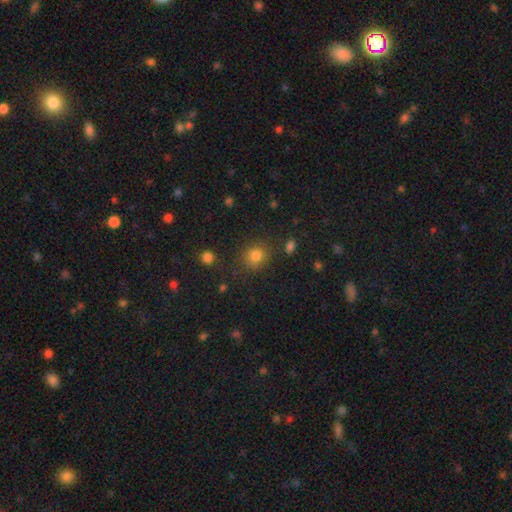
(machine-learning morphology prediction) The model was most divided on "how rounded": round: 78%, in between: 21%, cigar-shaped: 1%. More confident: merging — none (81%); smooth or featured — smooth (80%).